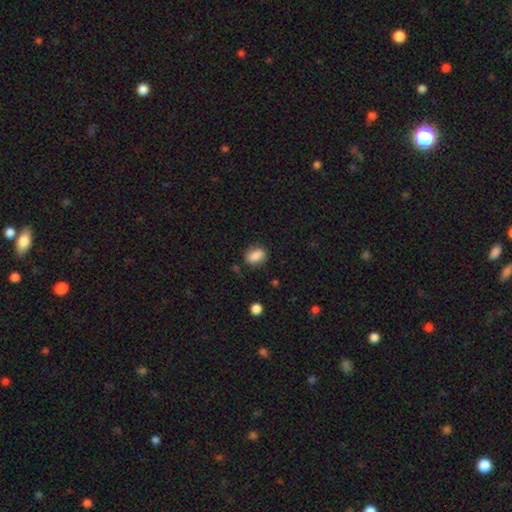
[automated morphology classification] Q: Smooth or featured?
A: smooth (84%); runner-up: star or artifact (8%)
Q: How rounded?
A: in between (73%); runner-up: round (25%)
Q: Merging?
A: none (78%); runner-up: minor disturbance (16%)